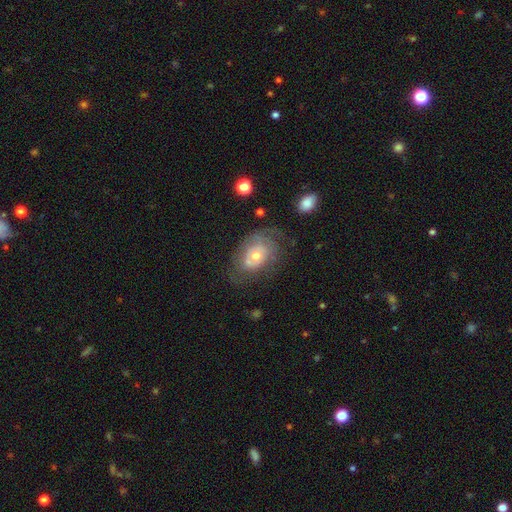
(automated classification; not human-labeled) This appears to be a featured or disk galaxy (60%) with no bar (86%), no spiral arms (51%) and a moderate central bulge (62%). Merging: none (52%).